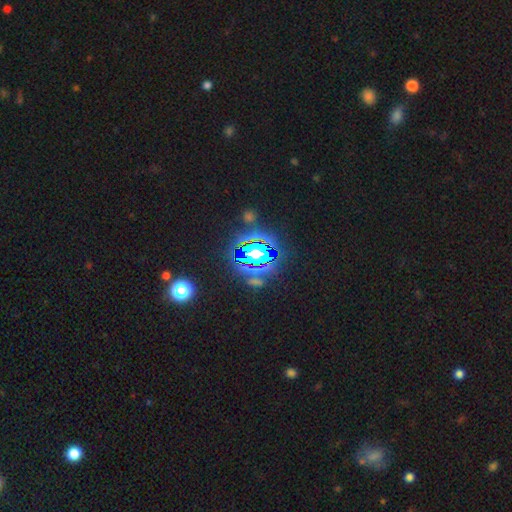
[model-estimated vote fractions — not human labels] Smooth or featured: star or artifact — 83% (smooth — 10%)